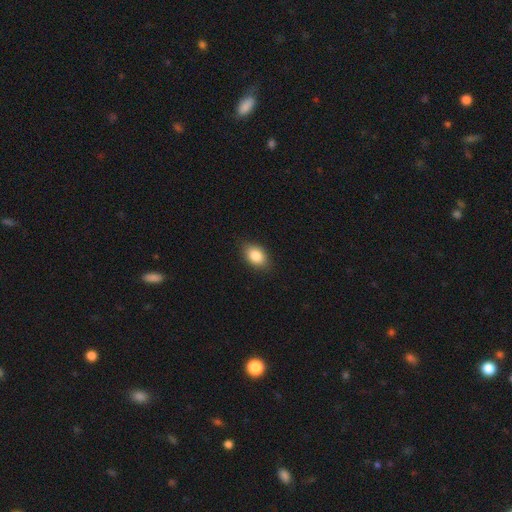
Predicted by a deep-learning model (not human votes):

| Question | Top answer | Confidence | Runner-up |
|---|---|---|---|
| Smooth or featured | smooth | 86% | star or artifact (8%) |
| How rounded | in between | 86% | round (13%) |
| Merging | none | 87% | minor disturbance (10%) |